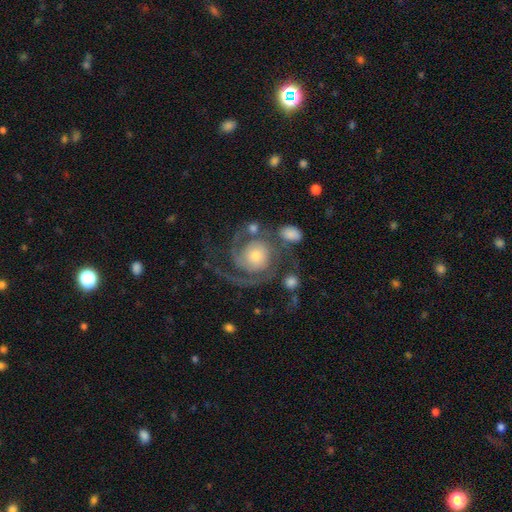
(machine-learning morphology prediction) Smooth or featured? featured or disk (88%)
Edge-on disk? no (98%)
Bar? no (77%)
Spiral arms? yes (97%)
Spiral winding? tight (51%)
Spiral arm count? 2 (64%)
Bulge size? small (46%)
Merging? none (56%)